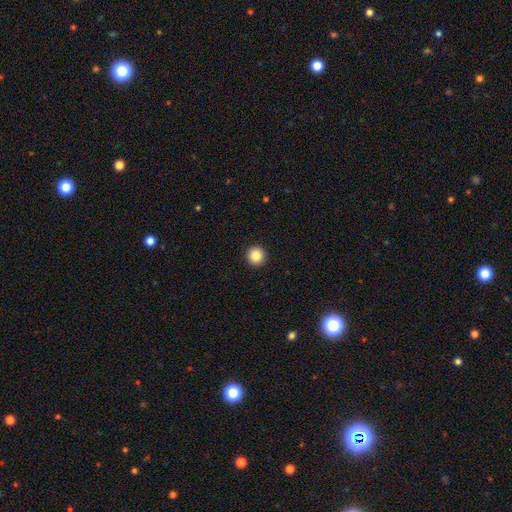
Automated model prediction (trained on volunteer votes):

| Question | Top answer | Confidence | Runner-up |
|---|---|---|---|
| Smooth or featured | smooth | 85% | star or artifact (10%) |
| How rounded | round | 96% | in between (3%) |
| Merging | none | 94% | minor disturbance (4%) |